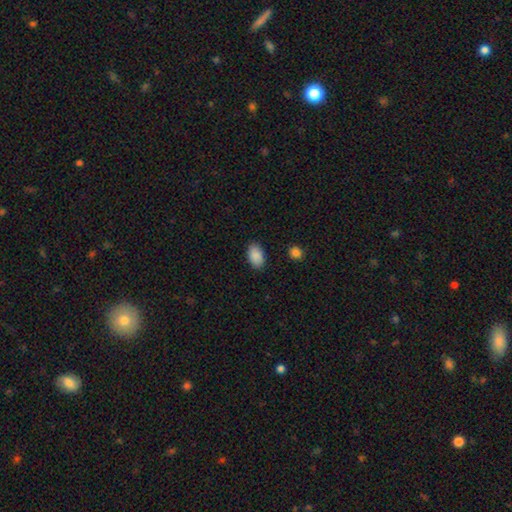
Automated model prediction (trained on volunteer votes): Smooth or featured? Predicted: smooth (p=0.90). How rounded? Predicted: in between (p=0.92). Merging? Predicted: none (p=0.87).